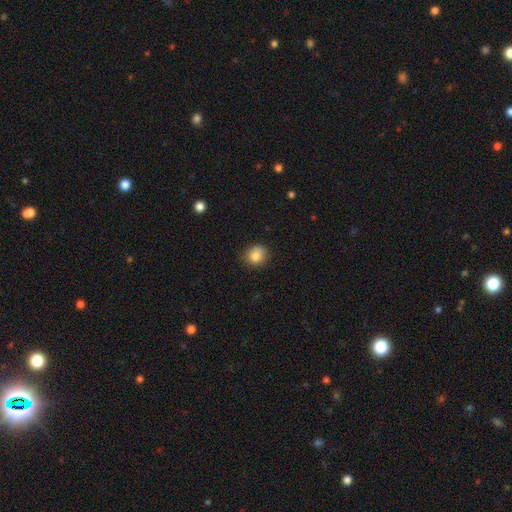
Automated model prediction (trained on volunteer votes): smooth 83%, star or artifact 10%, featured or disk 7%. Down the decision tree: how rounded — round (83%); merging — none (85%).